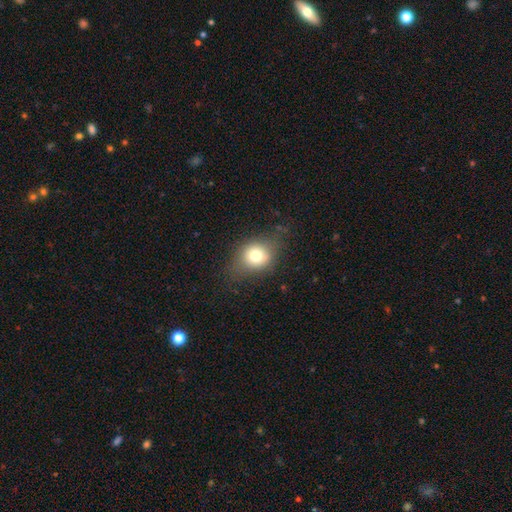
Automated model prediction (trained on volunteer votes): Q: Smooth or featured?
A: smooth (73%); runner-up: featured or disk (15%)
Q: How rounded?
A: round (65%); runner-up: in between (34%)
Q: Merging?
A: none (70%); runner-up: minor disturbance (20%)